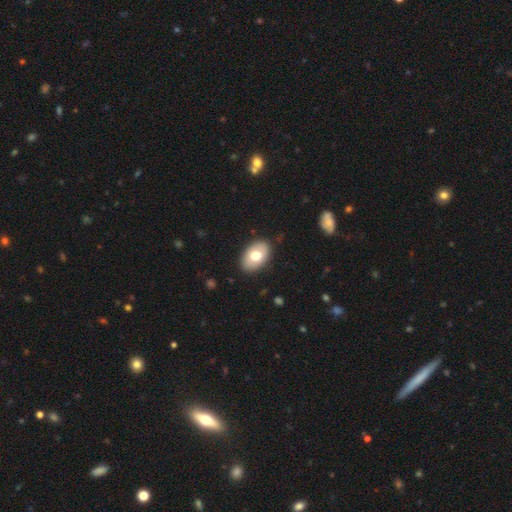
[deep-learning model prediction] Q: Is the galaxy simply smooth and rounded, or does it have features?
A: smooth — 70%.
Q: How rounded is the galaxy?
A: in between — 89%.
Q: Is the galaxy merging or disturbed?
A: none — 87%.